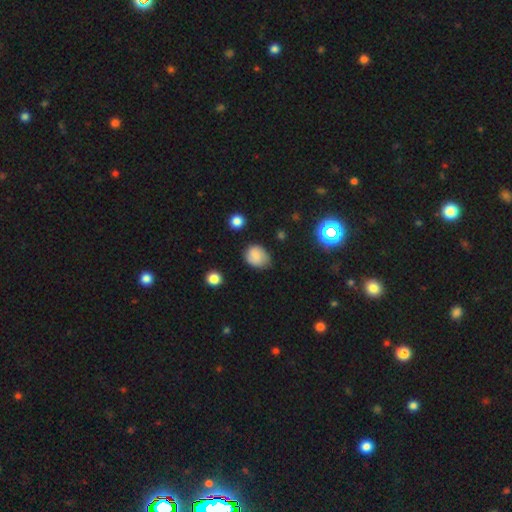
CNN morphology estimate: This is clearly a smooth galaxy (80%). How rounded: possibly in between (51%). Merging: likely none (64%).